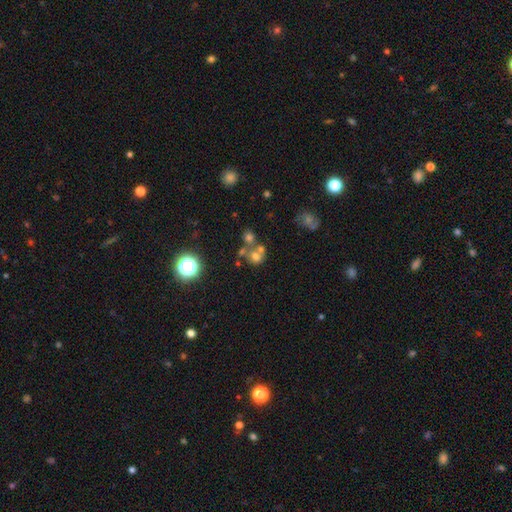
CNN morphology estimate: Smooth or featured: smooth — 60% (star or artifact — 23%)
How rounded: round — 77% (in between — 22%)
Merging: none — 44% (merger — 41%)